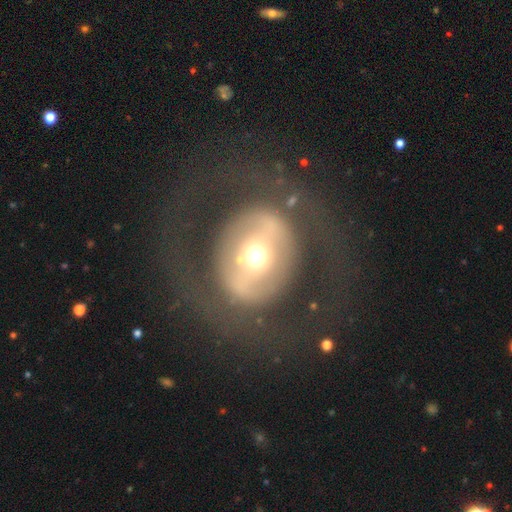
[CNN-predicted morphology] Smooth or featured: featured or disk — 60% (smooth — 31%)
Edge-on disk: no — 93% (yes — 7%)
Bar: strong — 38% (no — 37%)
Spiral arms: no — 76% (yes — 24%)
Bulge size: moderate — 66% (small — 15%)
Merging: none — 69% (major disturbance — 17%)